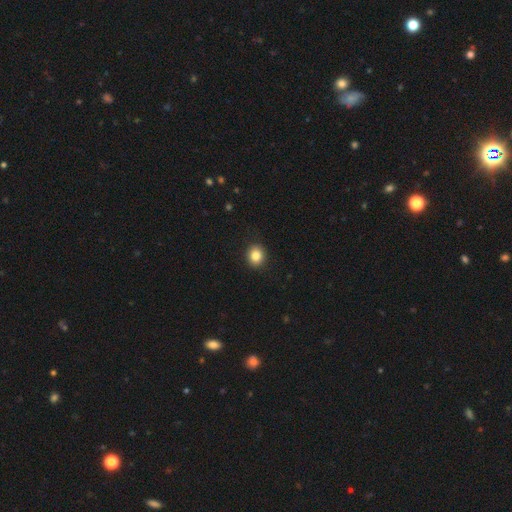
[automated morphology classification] Overall: smooth (84%). How rounded: round (78%). Merging: none (91%).